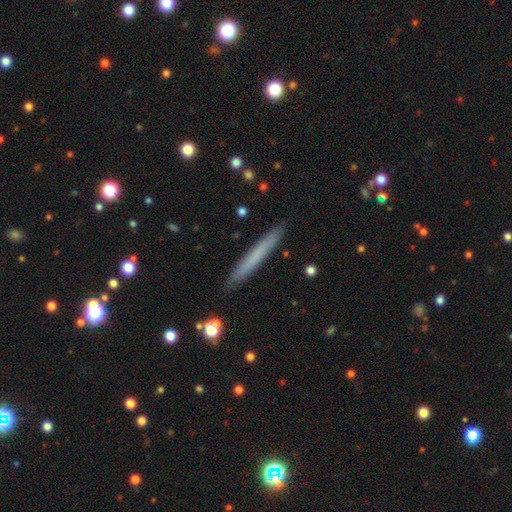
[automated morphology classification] smooth 65%, featured or disk 29%, star or artifact 7%. Down the decision tree: how rounded — cigar-shaped (96%); merging — none (90%).